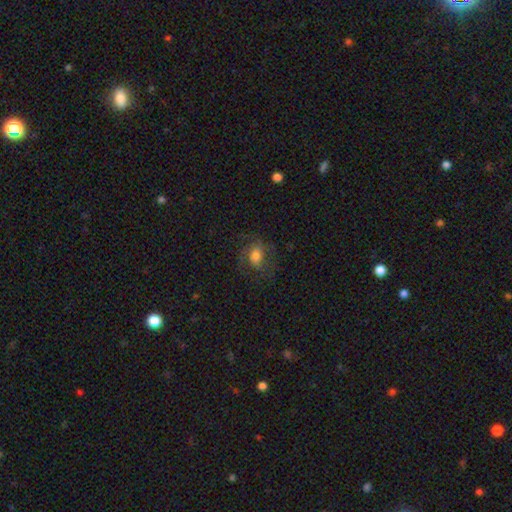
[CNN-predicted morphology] smooth 53%, featured or disk 35%, star or artifact 11%. Down the decision tree: how rounded — round (52%); merging — none (61%).